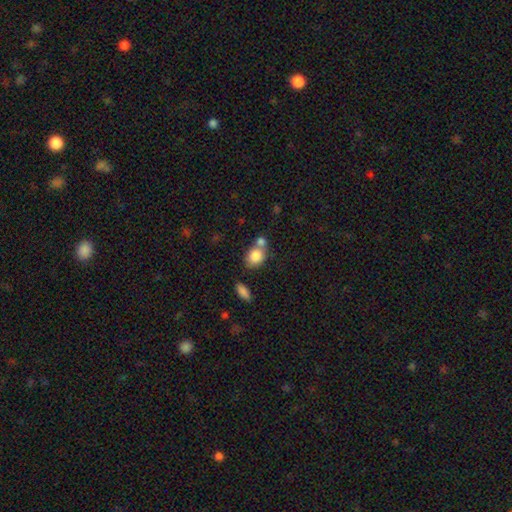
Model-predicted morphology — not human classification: Smooth or featured? smooth (83%)
How rounded? in between (50%)
Merging? none (45%)